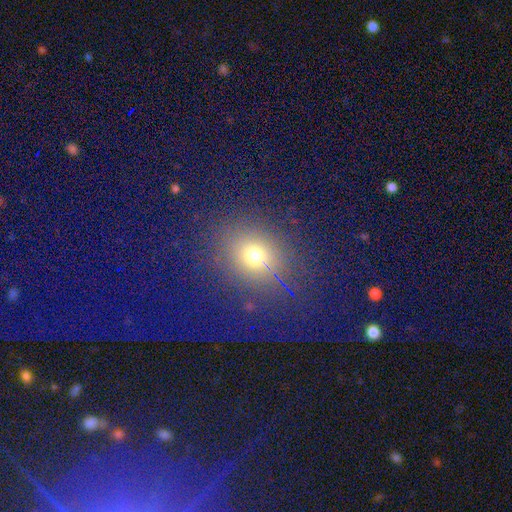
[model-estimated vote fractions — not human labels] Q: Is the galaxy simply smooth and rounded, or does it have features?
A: smooth — 59%.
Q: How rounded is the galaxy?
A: round — 67%.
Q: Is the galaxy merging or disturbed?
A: none — 67%.